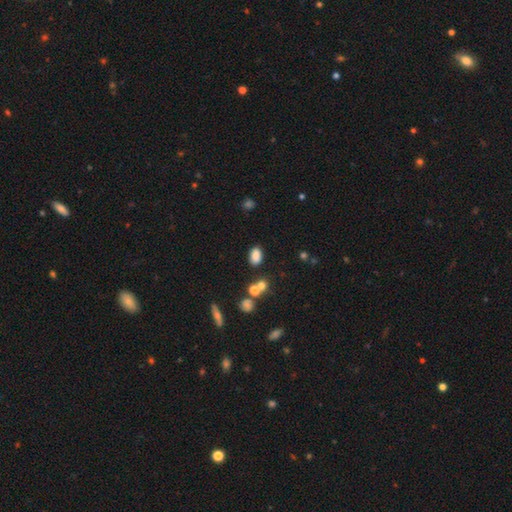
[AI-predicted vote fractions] Smooth or featured? smooth (82%)
How rounded? in between (85%)
Merging? none (78%)